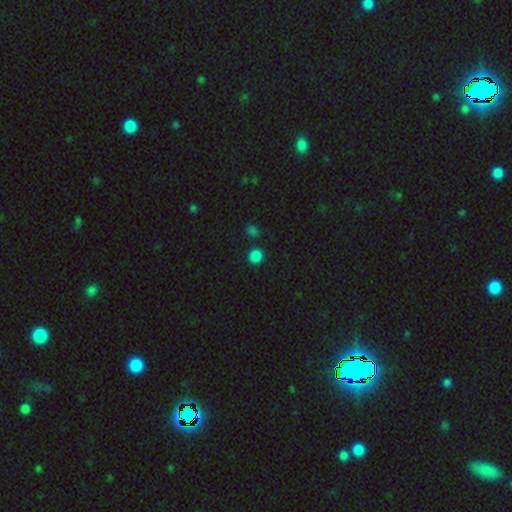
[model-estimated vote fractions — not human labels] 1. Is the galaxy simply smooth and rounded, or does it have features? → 84% smooth, 13% star or artifact, 3% featured or disk.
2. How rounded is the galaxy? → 90% round, 9% in between, 1% cigar-shaped.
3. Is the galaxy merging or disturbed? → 88% none, 6% minor disturbance, 4% merger, 2% major disturbance.